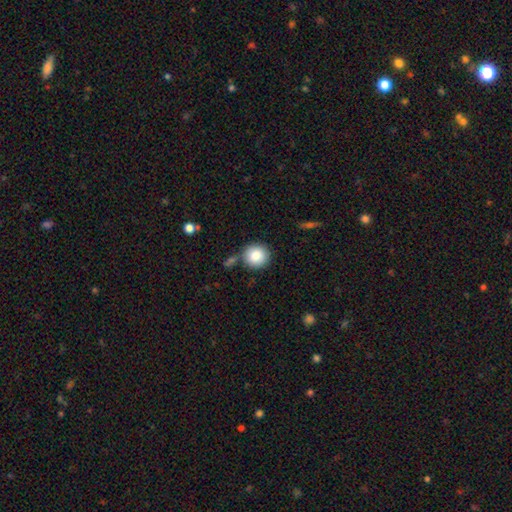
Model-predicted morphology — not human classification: Smooth or featured?
  - smooth: 85% *
  - star or artifact: 8%
  - featured or disk: 6%
How rounded?
  - round: 92% *
  - in between: 7%
  - cigar-shaped: 1%
Merging?
  - none: 76% *
  - minor disturbance: 11%
  - merger: 9%
  - major disturbance: 3%